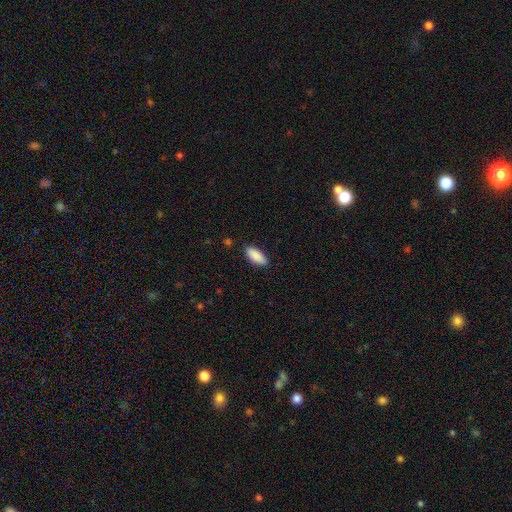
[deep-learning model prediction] smooth 90%, star or artifact 6%, featured or disk 4%. Down the decision tree: how rounded — in between (85%); merging — none (87%).